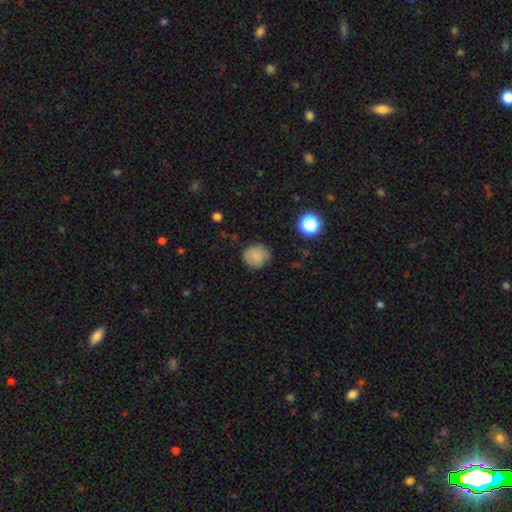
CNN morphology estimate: smooth 82%, star or artifact 11%, featured or disk 7%. Down the decision tree: how rounded — round (85%); merging — none (79%).